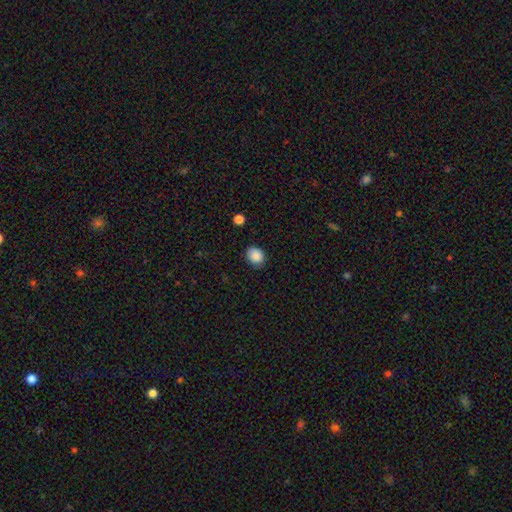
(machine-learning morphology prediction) This appears to be a smooth galaxy with no disk features (87%) that is round (60%). Merging: none (84%).